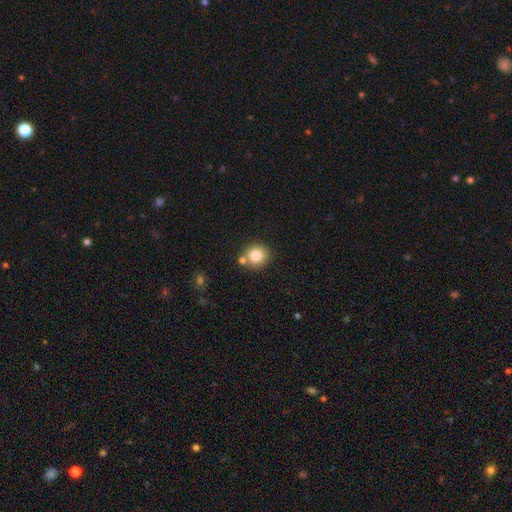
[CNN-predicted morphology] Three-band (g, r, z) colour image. It shows a smooth galaxy with no disk features (83%) that is round (85%). Merging: none (71%).